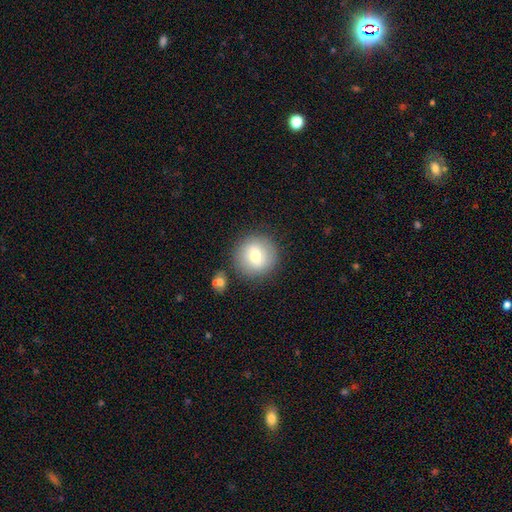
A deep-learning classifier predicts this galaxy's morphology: A smooth galaxy with no disk features (69%) that is round (94%). Merging: none (84%).